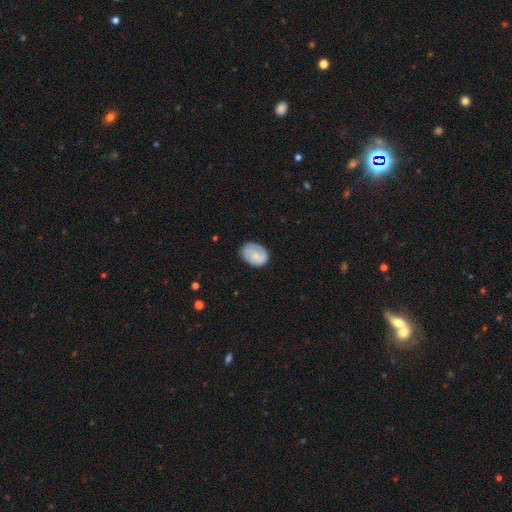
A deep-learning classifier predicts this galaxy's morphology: type=smooth (63%); roundness=in between (71%); merging=none (72%).